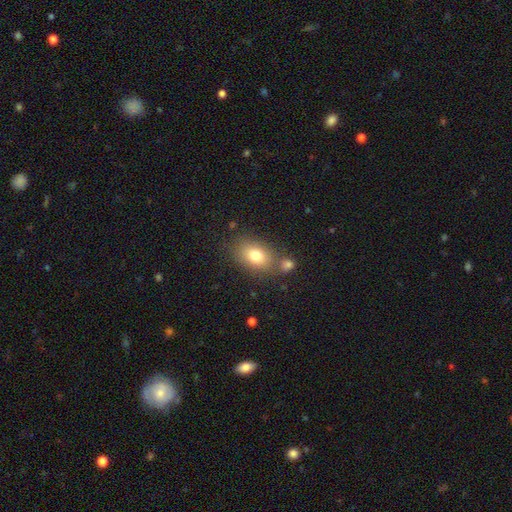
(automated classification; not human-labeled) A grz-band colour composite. It shows a smooth galaxy with no disk features (78%) that is in between round and cigar-shaped (79%). Merging: none (68%).